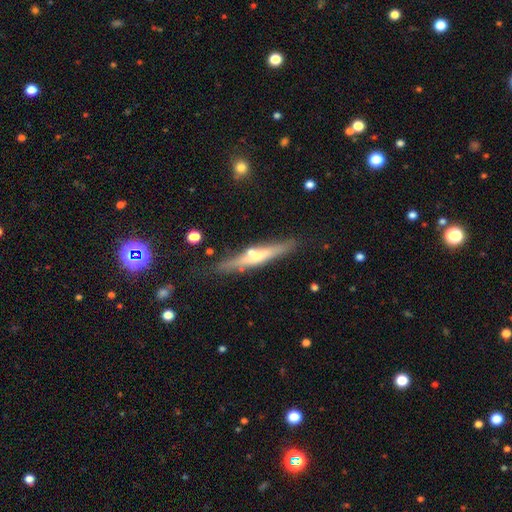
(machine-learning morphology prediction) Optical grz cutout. It shows a featured or disk galaxy (56%) viewed edge-on (92%) with a rounded central bulge (71%). Merging: none (75%).